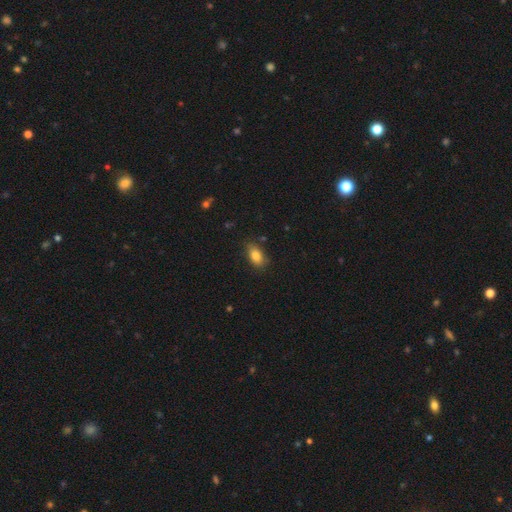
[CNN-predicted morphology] Smooth or featured?
  - smooth: 84% *
  - star or artifact: 8%
  - featured or disk: 8%
How rounded?
  - in between: 88% *
  - round: 8%
  - cigar-shaped: 3%
Merging?
  - none: 79% *
  - minor disturbance: 16%
  - major disturbance: 3%
  - merger: 2%